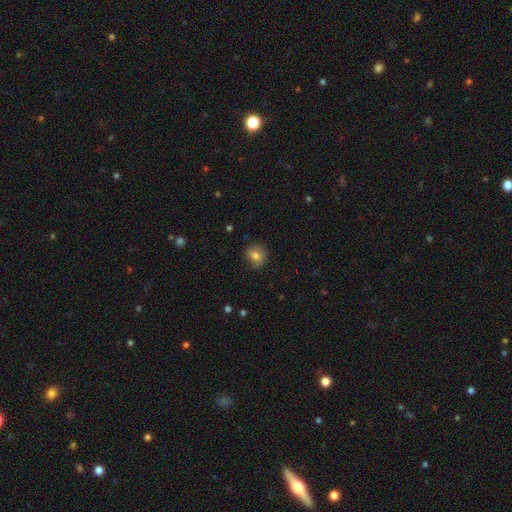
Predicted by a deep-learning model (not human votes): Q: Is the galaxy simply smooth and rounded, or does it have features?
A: smooth — 75%.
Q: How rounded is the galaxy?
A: round — 77%.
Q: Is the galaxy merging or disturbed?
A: none — 79%.